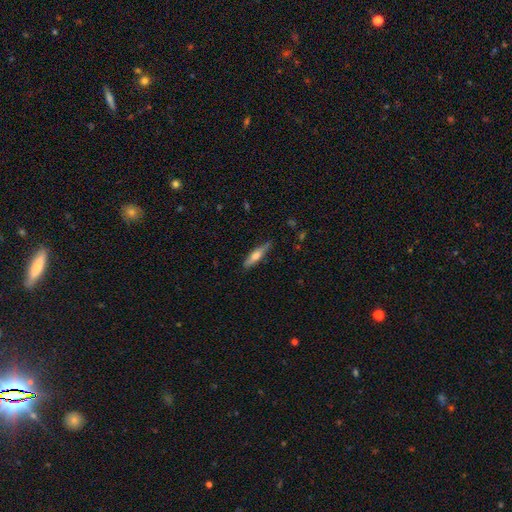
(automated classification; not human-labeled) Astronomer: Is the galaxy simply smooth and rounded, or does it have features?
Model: smooth — 56% (runner-up: featured or disk, 38%).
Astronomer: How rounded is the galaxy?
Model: cigar-shaped — 76%.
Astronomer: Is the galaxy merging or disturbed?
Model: none — 79%.